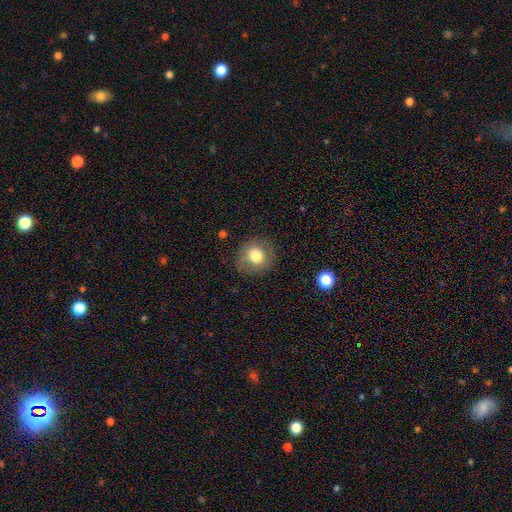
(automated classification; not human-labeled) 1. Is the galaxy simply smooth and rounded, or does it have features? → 75% smooth, 15% featured or disk, 10% star or artifact.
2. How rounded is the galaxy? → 85% round, 14% in between, 1% cigar-shaped.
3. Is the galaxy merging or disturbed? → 82% none, 12% minor disturbance, 5% major disturbance, 1% merger.